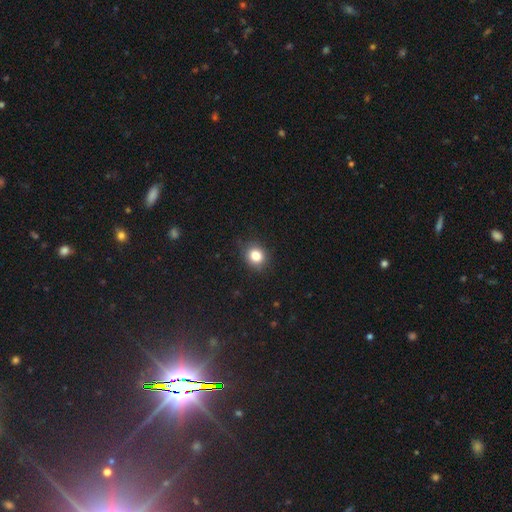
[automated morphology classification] Smooth or featured: smooth — 83% (star or artifact — 11%)
How rounded: round — 73% (in between — 26%)
Merging: none — 83% (minor disturbance — 13%)